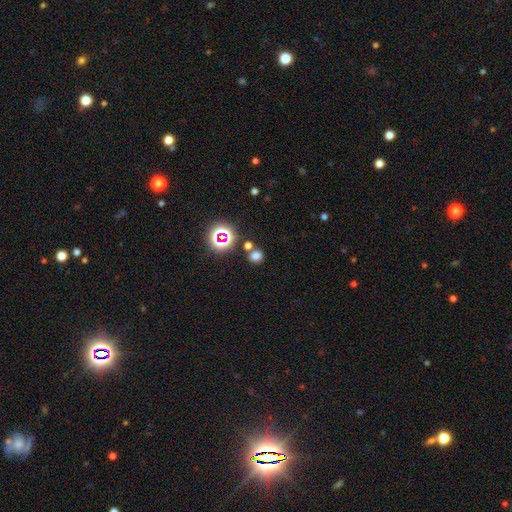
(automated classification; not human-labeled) This is likely a smooth galaxy (69%). How rounded: clearly round (82%). Merging: likely none (75%).